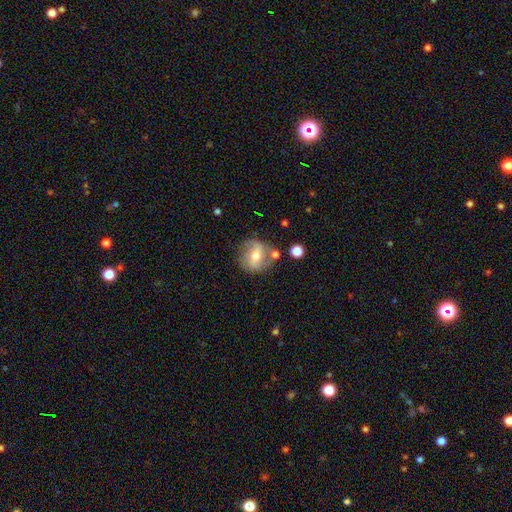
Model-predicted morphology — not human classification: smooth-or-featured: featured or disk: 55% | smooth: 37% | star or artifact: 9%
  disk-edge-on: no: 94% | yes: 6%
    bar: weak: 38% | strong: 32% | no: 29%
    has-spiral-arms: yes: 70% | no: 30%
    bulge-size: moderate: 65% | small: 29% | large: 4% | none: 1% | dominant: 1%
  merging: none: 69% | minor disturbance: 16% | merger: 9% | major disturbance: 6%